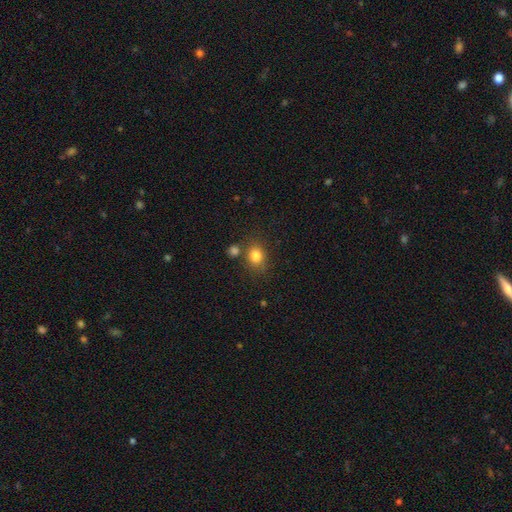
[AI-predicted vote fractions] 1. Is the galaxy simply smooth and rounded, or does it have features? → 82% smooth, 11% star or artifact, 7% featured or disk.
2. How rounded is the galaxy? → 61% round, 38% in between, 1% cigar-shaped.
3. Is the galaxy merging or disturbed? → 69% none, 14% merger, 13% minor disturbance, 4% major disturbance.